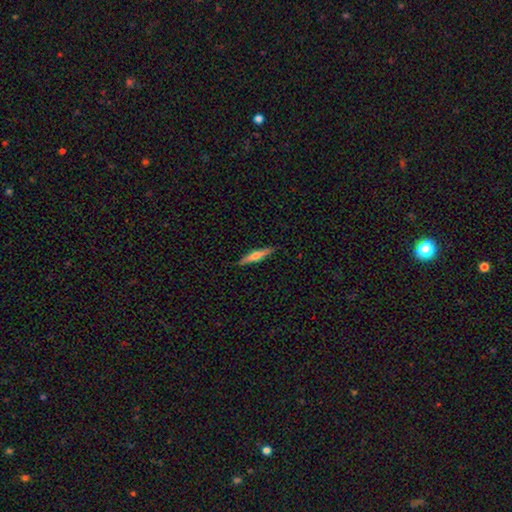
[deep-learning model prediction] A featured or disk galaxy (56%) viewed edge-on (96%) with a rounded central bulge (89%).

Vote fractions:
- Smooth or featured? featured or disk: 56% / smooth: 38% / star or artifact: 6%
- Edge-on disk? yes: 96% / no: 4%
- Edge-on bulge? rounded: 89% / none: 6% / boxy: 4%
- Merging? none: 89% / minor disturbance: 8% / major disturbance: 2% / merger: 1%